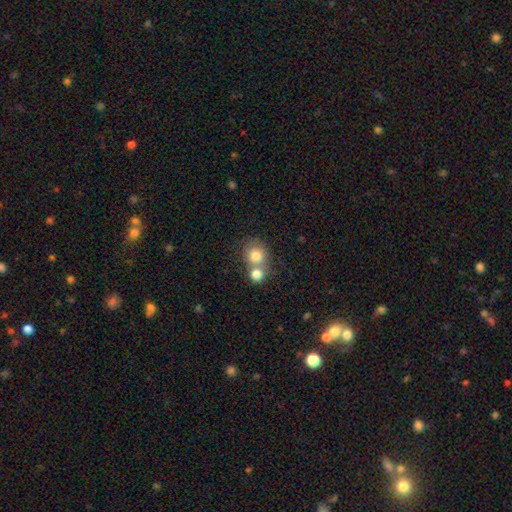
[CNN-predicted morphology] smooth_or_featured: smooth (p=0.79) [alt: featured or disk p=0.11]
how_rounded: round (p=0.82) [alt: in between p=0.17]
merging: merger (p=0.54) [alt: none p=0.36]